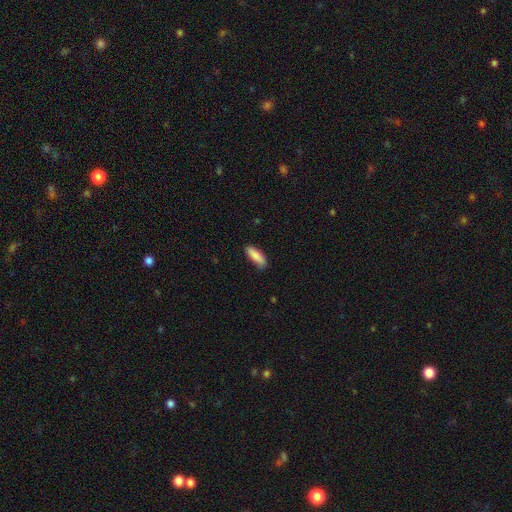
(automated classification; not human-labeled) A smooth galaxy with no disk features (88%) that is in between round and cigar-shaped (58%). Merging: none (78%).